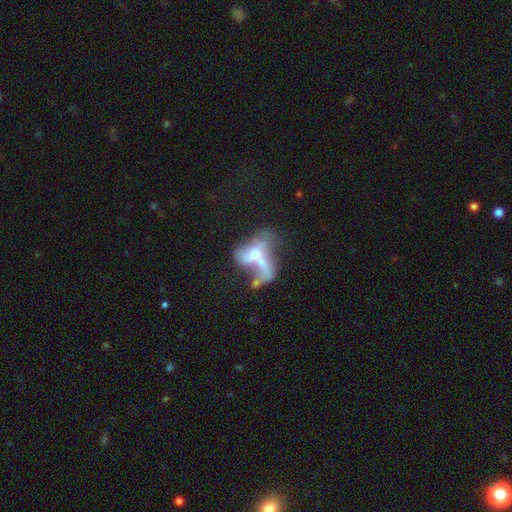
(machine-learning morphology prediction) type=featured or disk (53%); edge-on=no (93%); merging=merger (55%).